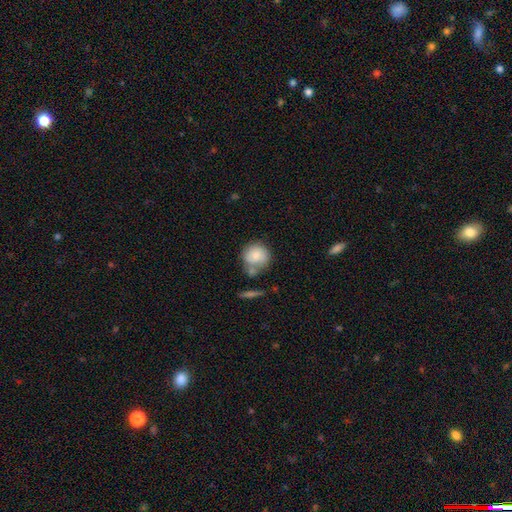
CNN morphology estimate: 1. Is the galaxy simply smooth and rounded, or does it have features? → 78% smooth, 15% featured or disk, 7% star or artifact.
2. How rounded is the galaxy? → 87% round, 12% in between, 1% cigar-shaped.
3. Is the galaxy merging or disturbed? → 51% none, 25% merger, 18% minor disturbance, 6% major disturbance.